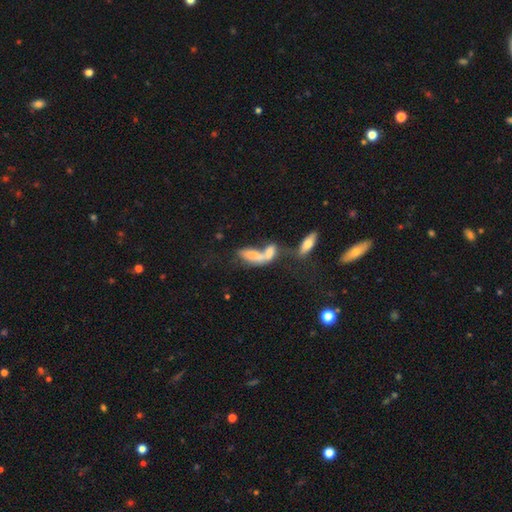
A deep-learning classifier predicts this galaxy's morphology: Smooth or featured: smooth — 59% (featured or disk — 30%)
How rounded: in between — 67% (cigar-shaped — 30%)
Merging: merger — 69% (none — 14%)